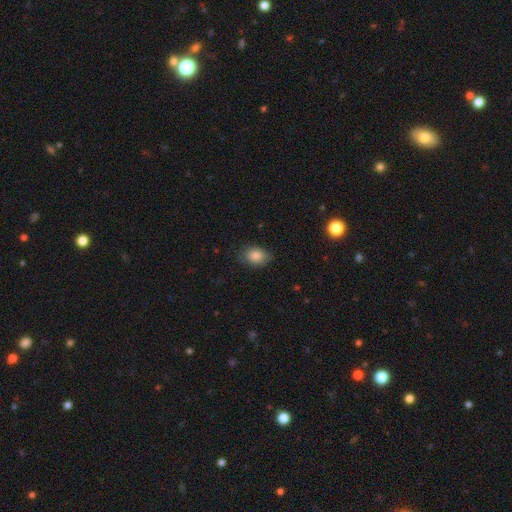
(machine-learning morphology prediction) A smooth galaxy with no disk features (86%) that is in between round and cigar-shaped (76%).

Vote fractions:
- Smooth or featured? smooth: 86% / star or artifact: 8% / featured or disk: 6%
- How rounded? in between: 76% / round: 22% / cigar-shaped: 1%
- Merging? none: 76% / minor disturbance: 19% / major disturbance: 4% / merger: 1%